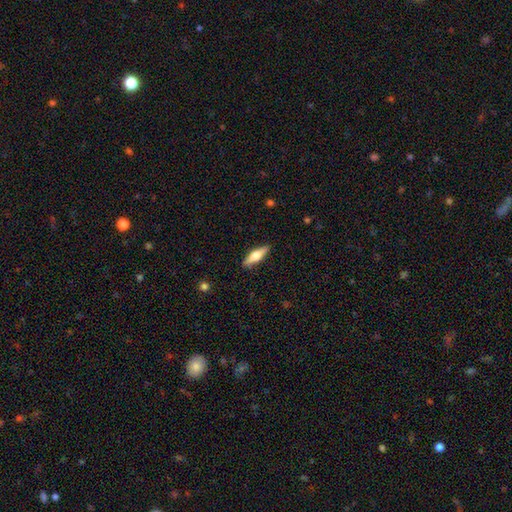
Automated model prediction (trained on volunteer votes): smooth_or_featured: featured or disk (p=0.50) [alt: smooth p=0.44]
merging: none (p=0.89) [alt: minor disturbance p=0.08]